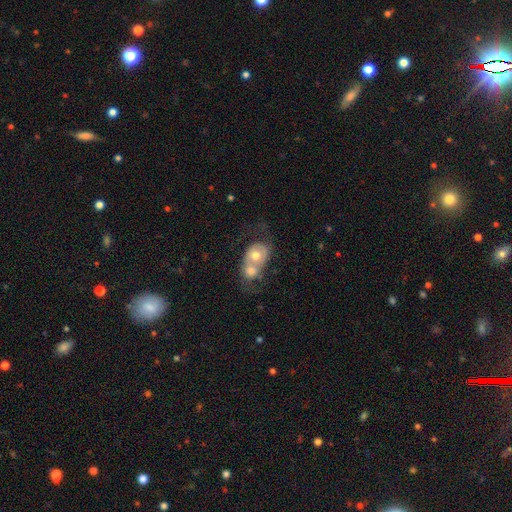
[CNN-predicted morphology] type=smooth (50%); roundness=round (52%); merging=merger (75%).